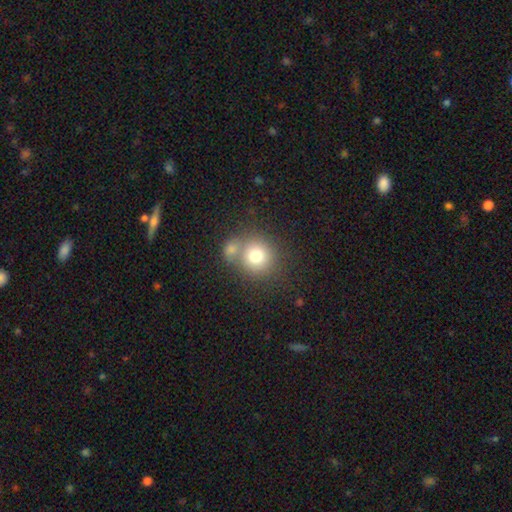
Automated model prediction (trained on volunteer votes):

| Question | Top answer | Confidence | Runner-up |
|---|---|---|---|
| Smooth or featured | smooth | 76% | featured or disk (13%) |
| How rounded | round | 88% | in between (11%) |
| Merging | none | 53% | merger (33%) |